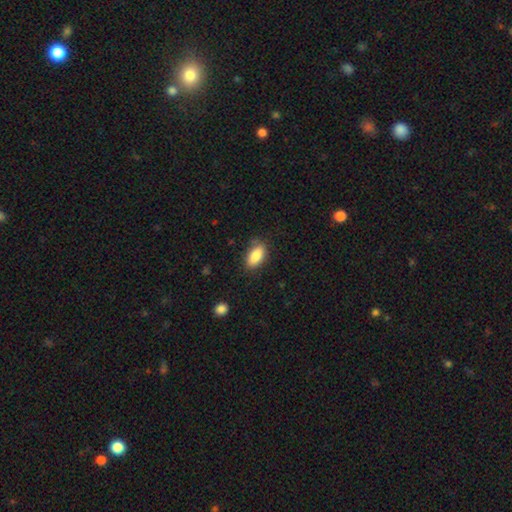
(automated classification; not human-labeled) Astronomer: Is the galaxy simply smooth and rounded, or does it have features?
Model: smooth — 86%.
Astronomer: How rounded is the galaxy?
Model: in between — 89%.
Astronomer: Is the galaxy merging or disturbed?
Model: none — 78%.